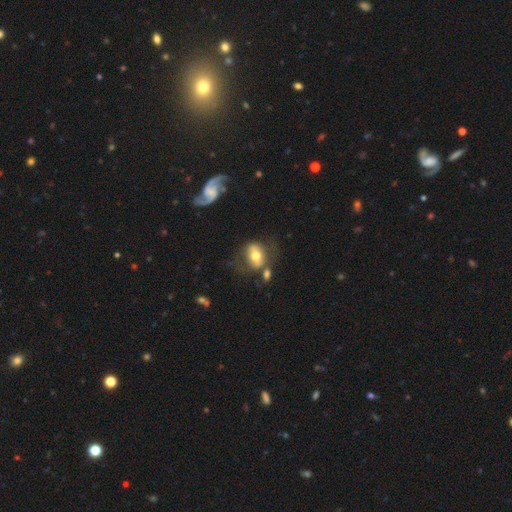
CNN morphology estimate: Smooth or featured?
  - smooth: 51% *
  - featured or disk: 41%
  - star or artifact: 8%
How rounded?
  - in between: 70% *
  - round: 27%
  - cigar-shaped: 3%
Merging?
  - none: 46% *
  - merger: 21%
  - minor disturbance: 19%
  - major disturbance: 14%